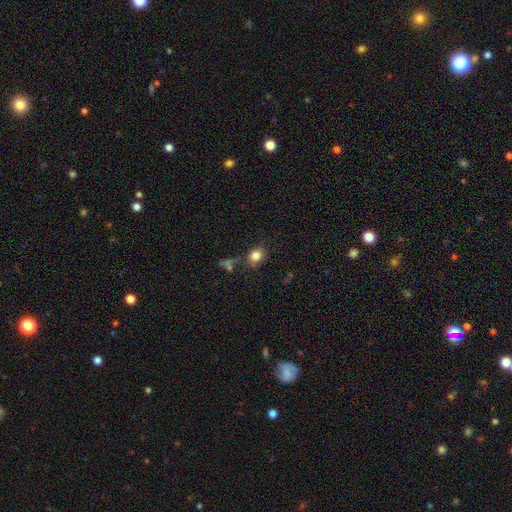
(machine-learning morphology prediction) Smooth or featured?
  - smooth: 82% *
  - star or artifact: 11%
  - featured or disk: 7%
How rounded?
  - round: 67% *
  - in between: 32%
  - cigar-shaped: 1%
Merging?
  - none: 75% *
  - minor disturbance: 13%
  - merger: 6%
  - major disturbance: 5%